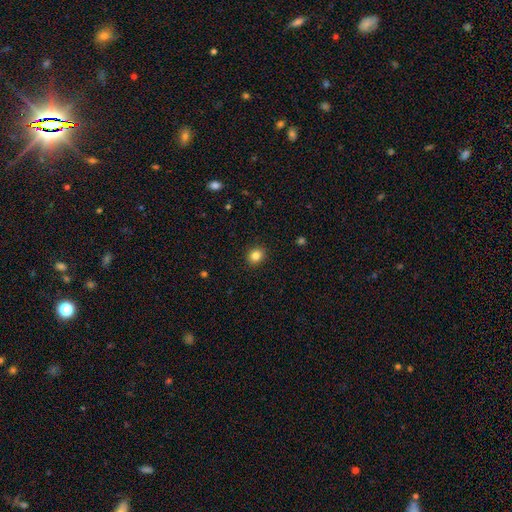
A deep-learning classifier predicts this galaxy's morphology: This is clearly a smooth galaxy (84%). How rounded: likely round (65%). Merging: clearly none (91%).